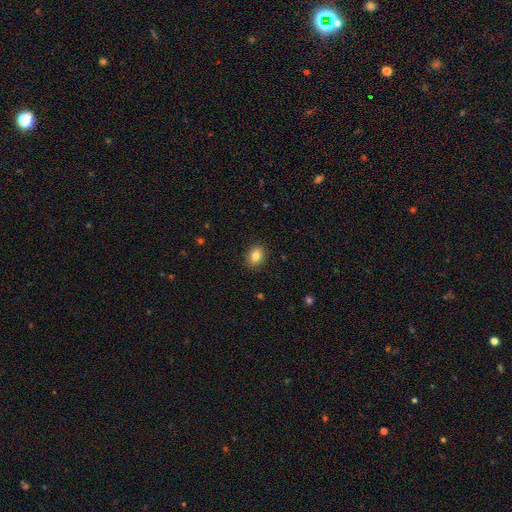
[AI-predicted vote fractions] smooth 84%, star or artifact 9%, featured or disk 7%. Down the decision tree: how rounded — in between (62%); merging — none (89%).